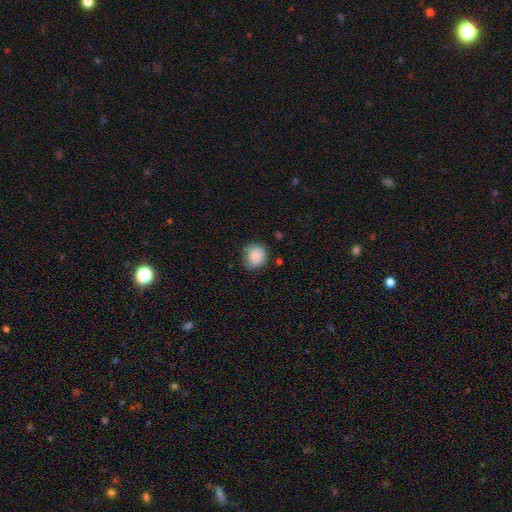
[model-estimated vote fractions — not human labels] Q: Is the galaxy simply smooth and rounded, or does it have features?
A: smooth — 88%.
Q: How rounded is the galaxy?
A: round — 87%.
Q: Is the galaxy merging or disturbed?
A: none — 78%.